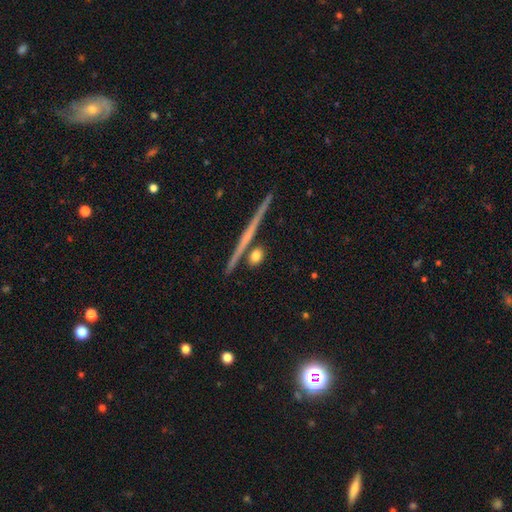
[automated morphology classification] This appears to be a smooth galaxy with no disk features (68%) that is round (54%). Merging: none (75%).